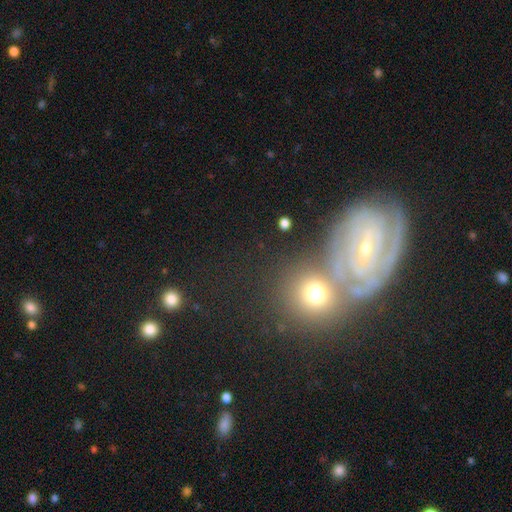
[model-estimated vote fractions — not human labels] smooth_or_featured: featured or disk (p=0.56) [alt: smooth p=0.27]
disk_edge_on: no (p=0.93) [alt: yes p=0.07]
bar: no (p=0.47) [alt: weak p=0.35]
has_spiral_arms: yes (p=0.89) [alt: no p=0.11]
bulge_size: small (p=0.69) [alt: moderate p=0.25]
merging: none (p=0.57) [alt: merger p=0.27]